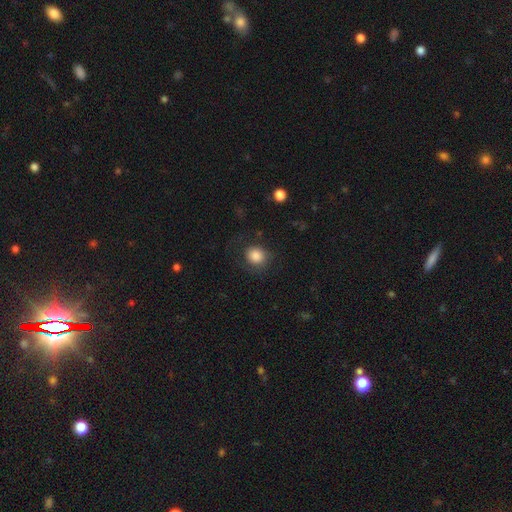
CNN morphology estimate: smooth-or-featured: smooth: 85% | star or artifact: 8% | featured or disk: 6%
  how-rounded: round: 80% | in between: 19% | cigar-shaped: 1%
  merging: none: 73% | minor disturbance: 15% | major disturbance: 11% | merger: 2%